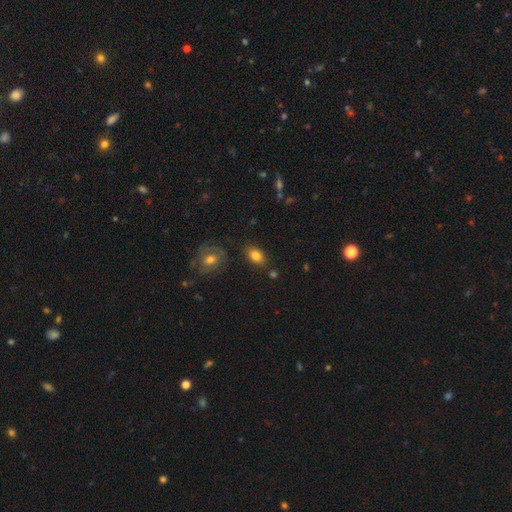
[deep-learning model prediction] Smooth or featured?
  - smooth: 83% *
  - featured or disk: 9%
  - star or artifact: 8%
How rounded?
  - in between: 83% *
  - round: 16%
  - cigar-shaped: 2%
Merging?
  - none: 81% *
  - minor disturbance: 12%
  - merger: 4%
  - major disturbance: 3%